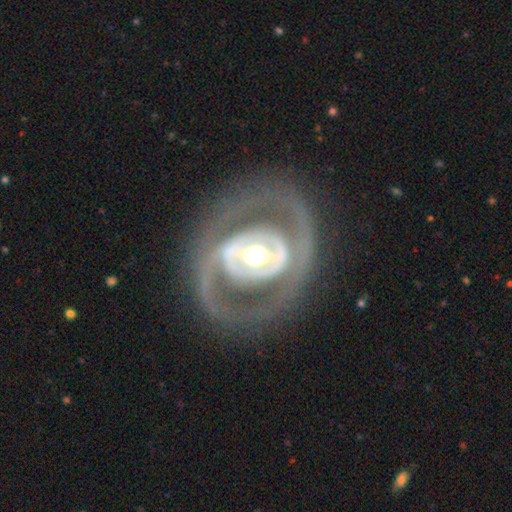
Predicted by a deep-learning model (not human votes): smooth_or_featured: featured or disk (p=0.81) [alt: smooth p=0.14]
disk_edge_on: no (p=0.94) [alt: yes p=0.06]
bar: no (p=0.37) [alt: strong p=0.34]
has_spiral_arms: yes (p=0.51) [alt: no p=0.49]
bulge_size: moderate (p=0.67) [alt: large p=0.17]
merging: none (p=0.74) [alt: minor disturbance p=0.13]